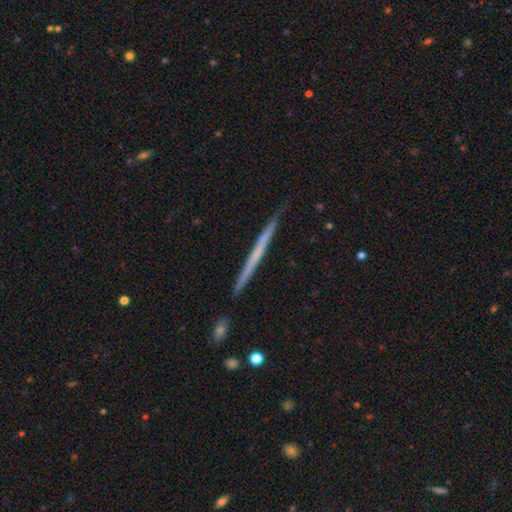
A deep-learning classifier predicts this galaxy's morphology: featured or disk 53%, smooth 42%, star or artifact 5%. Down the decision tree: edge-on disk — yes (98%); edge-on bulge — none (92%); merging — none (89%).